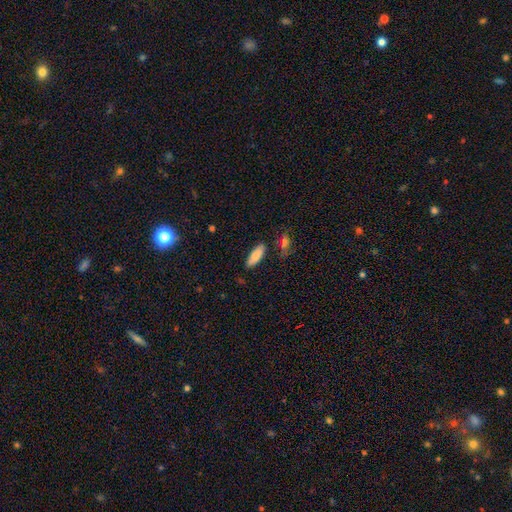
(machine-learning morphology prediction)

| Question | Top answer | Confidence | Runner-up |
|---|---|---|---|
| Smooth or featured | smooth | 85% | featured or disk (9%) |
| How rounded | in between | 67% | cigar-shaped (31%) |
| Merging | none | 78% | minor disturbance (14%) |